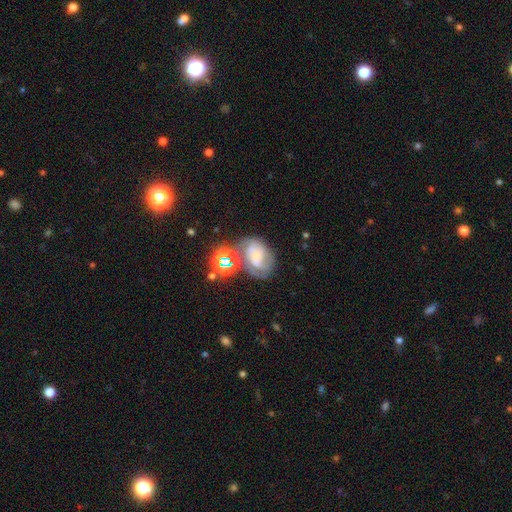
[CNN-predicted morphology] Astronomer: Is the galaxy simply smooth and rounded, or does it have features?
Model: featured or disk — 60%.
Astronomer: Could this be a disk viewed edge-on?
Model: no — 97%.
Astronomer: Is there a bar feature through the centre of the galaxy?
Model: no — 64%.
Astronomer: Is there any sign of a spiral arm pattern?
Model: yes — 82%.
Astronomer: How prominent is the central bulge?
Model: small — 59%.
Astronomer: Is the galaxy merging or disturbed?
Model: none — 47%.